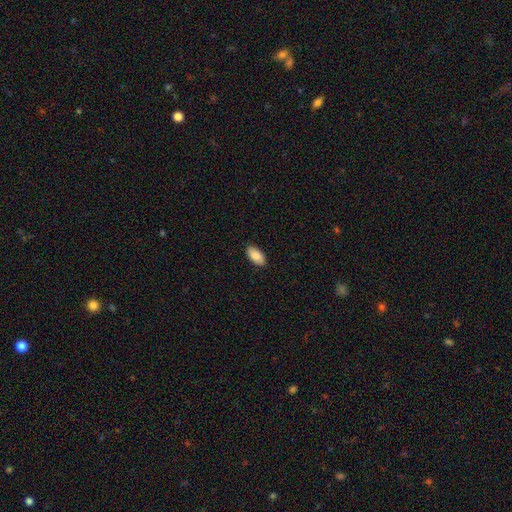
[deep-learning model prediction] Smooth or featured: smooth — 86% (featured or disk — 7%)
How rounded: in between — 94% (cigar-shaped — 4%)
Merging: none — 89% (minor disturbance — 8%)